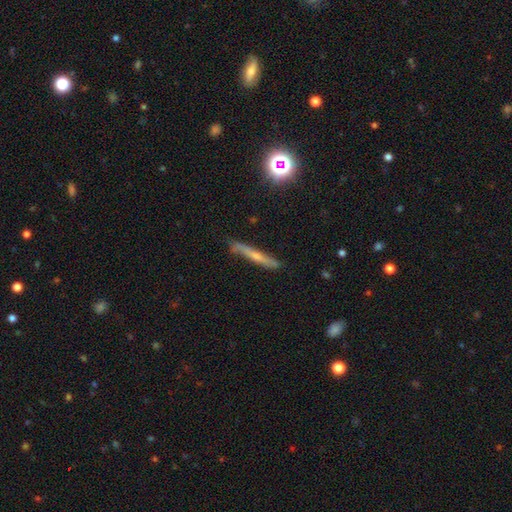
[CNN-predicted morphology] Smooth or featured? featured or disk (54%)
Edge-on disk? yes (89%)
Merging? none (79%)